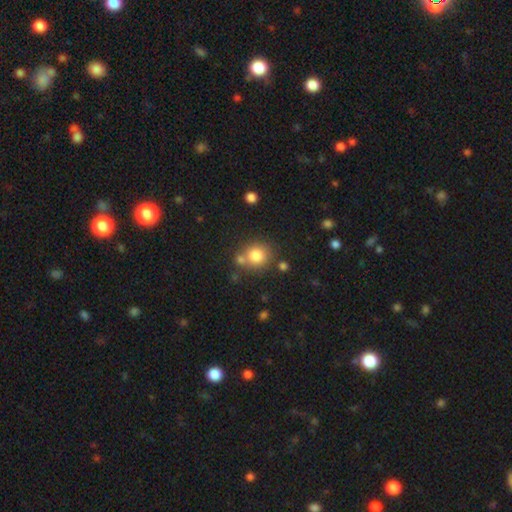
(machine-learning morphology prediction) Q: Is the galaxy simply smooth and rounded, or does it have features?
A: smooth — 80%.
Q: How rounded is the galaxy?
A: round — 82%.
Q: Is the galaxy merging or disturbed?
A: none — 65%.